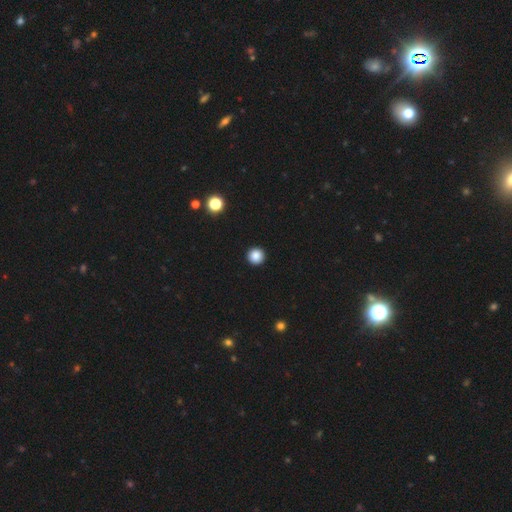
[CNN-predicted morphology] Smooth or featured: smooth — 87% (star or artifact — 10%)
How rounded: round — 96% (in between — 3%)
Merging: none — 94% (minor disturbance — 4%)